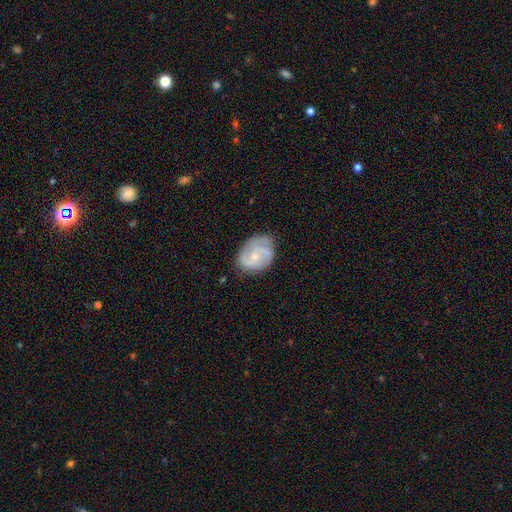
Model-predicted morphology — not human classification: Q: Smooth or featured?
A: featured or disk (81%); runner-up: smooth (13%)
Q: Edge-on disk?
A: no (98%); runner-up: yes (2%)
Q: Bar?
A: no (64%); runner-up: weak (31%)
Q: Spiral arms?
A: yes (96%); runner-up: no (4%)
Q: Spiral winding?
A: tight (45%); runner-up: medium (44%)
Q: Spiral arm count?
A: 2 (53%); runner-up: 3 (26%)
Q: Bulge size?
A: small (65%); runner-up: moderate (29%)
Q: Merging?
A: none (71%); runner-up: minor disturbance (22%)